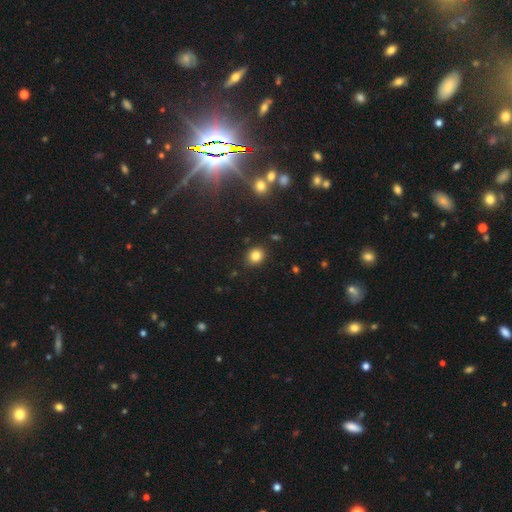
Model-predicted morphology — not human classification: smooth_or_featured: smooth (p=0.83) [alt: star or artifact p=0.11]
how_rounded: round (p=0.72) [alt: in between p=0.27]
merging: none (p=0.88) [alt: minor disturbance p=0.08]